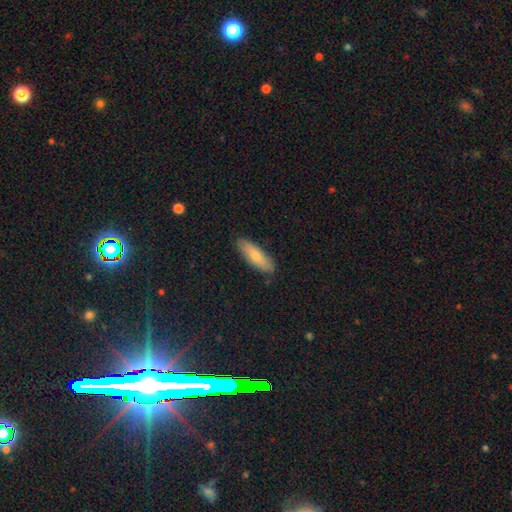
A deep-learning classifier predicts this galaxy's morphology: This appears to be a smooth galaxy with no disk features (76%) that is in between round and cigar-shaped (50%). Merging: none (87%).